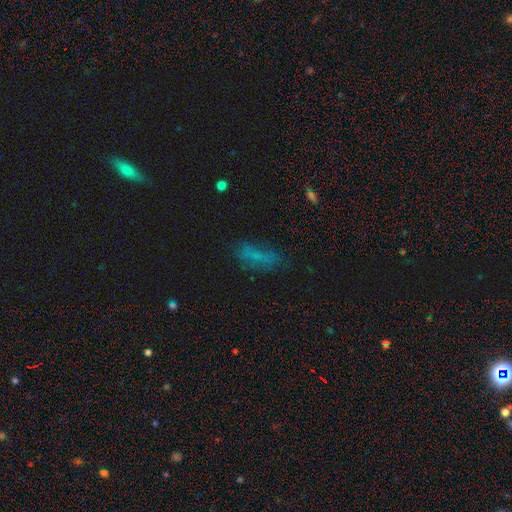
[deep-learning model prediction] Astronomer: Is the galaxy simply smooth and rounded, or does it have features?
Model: smooth — 61%.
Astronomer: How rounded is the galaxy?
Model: in between — 57% (runner-up: cigar-shaped, 39%).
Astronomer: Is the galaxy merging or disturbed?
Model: none — 55%.